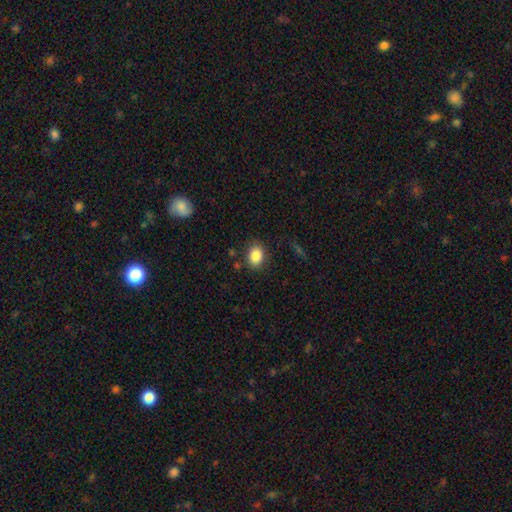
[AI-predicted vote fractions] This appears to be a smooth galaxy with no disk features (86%) that is in between round and cigar-shaped (62%). Merging: none (84%).